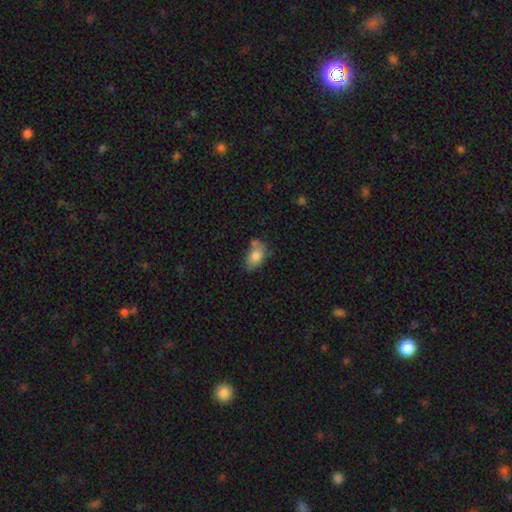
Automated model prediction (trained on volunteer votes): Overall: smooth (79%). How rounded: in between (89%). Merging: none (50%; minor disturbance 26%).